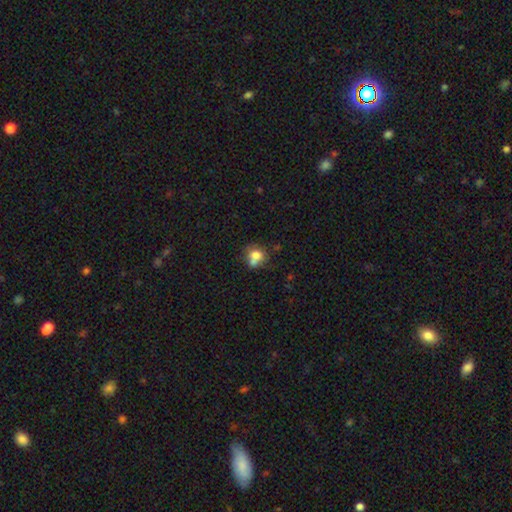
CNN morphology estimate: This is likely a smooth galaxy (73%). How rounded: likely round (67%). Merging: marginally none (41%).